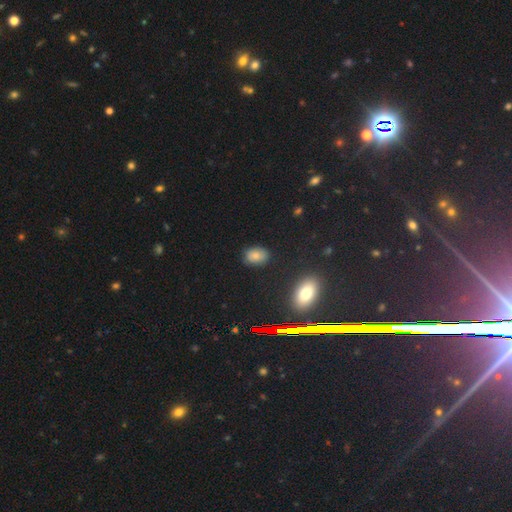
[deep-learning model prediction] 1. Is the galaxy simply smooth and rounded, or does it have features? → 79% smooth, 14% star or artifact, 8% featured or disk.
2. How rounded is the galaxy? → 80% in between, 18% round, 1% cigar-shaped.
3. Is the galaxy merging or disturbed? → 83% none, 13% minor disturbance, 3% major disturbance, 2% merger.